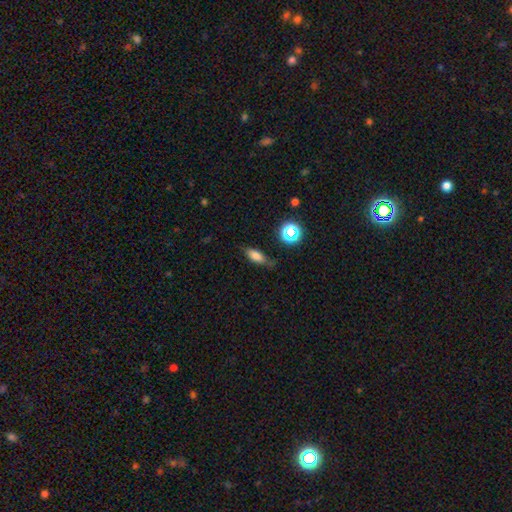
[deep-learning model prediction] Smooth or featured? smooth (75%)
How rounded? in between (70%)
Merging? none (66%)